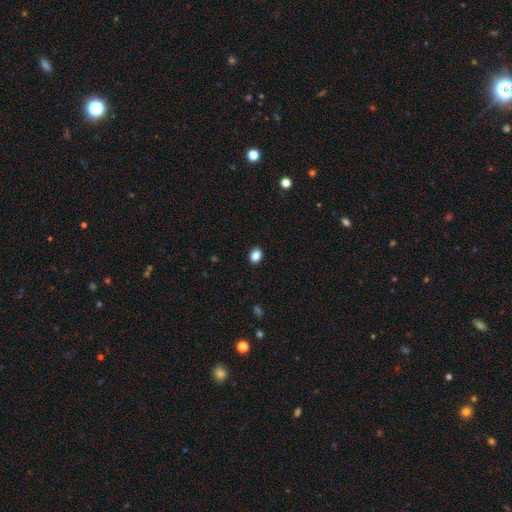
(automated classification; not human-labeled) smooth_or_featured: smooth (p=0.86) [alt: star or artifact p=0.10]
how_rounded: in between (p=0.54) [alt: round p=0.45]
merging: none (p=0.90) [alt: minor disturbance p=0.07]